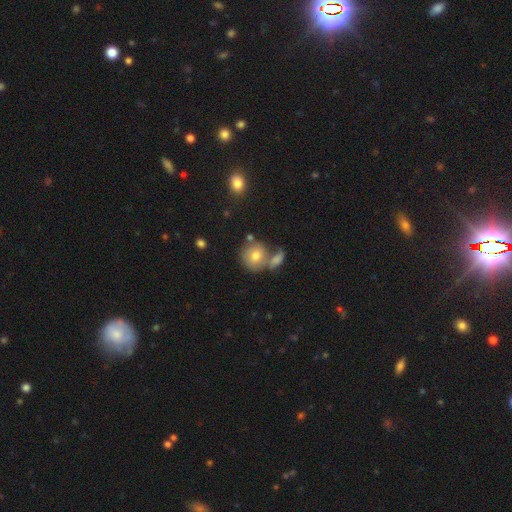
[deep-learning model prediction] Overall: smooth (70%). How rounded: round (82%). Merging: none (48%; merger 34%).